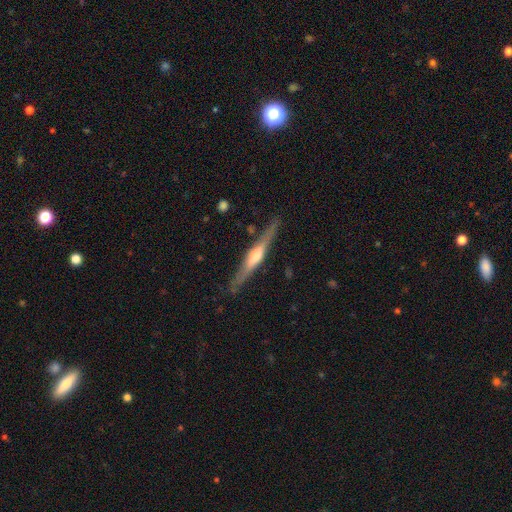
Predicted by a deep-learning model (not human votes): A featured or disk galaxy (72%) viewed edge-on (97%) with a rounded central bulge (80%). Merging: none (84%).